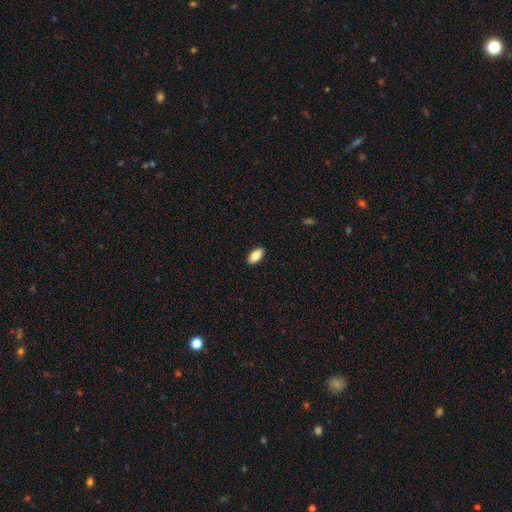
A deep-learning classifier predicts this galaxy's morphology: Smooth or featured?
  - smooth: 85% *
  - featured or disk: 8%
  - star or artifact: 7%
How rounded?
  - in between: 93% *
  - cigar-shaped: 4%
  - round: 3%
Merging?
  - none: 90% *
  - minor disturbance: 8%
  - major disturbance: 2%
  - merger: 1%